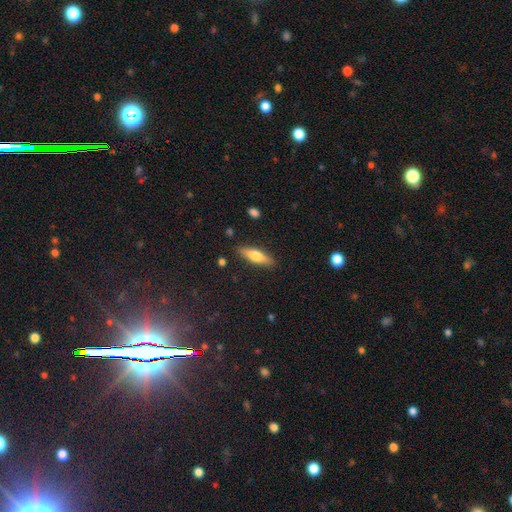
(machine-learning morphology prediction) smooth-or-featured: smooth: 61% | featured or disk: 32% | star or artifact: 7%
  how-rounded: cigar-shaped: 59% | in between: 38% | round: 2%
  merging: none: 87% | minor disturbance: 10% | major disturbance: 2% | merger: 2%